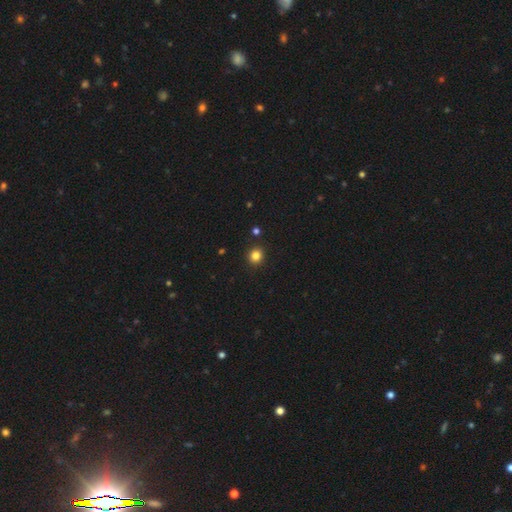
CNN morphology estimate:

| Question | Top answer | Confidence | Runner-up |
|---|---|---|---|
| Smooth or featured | smooth | 83% | star or artifact (13%) |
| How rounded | round | 90% | in between (9%) |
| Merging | none | 92% | minor disturbance (5%) |